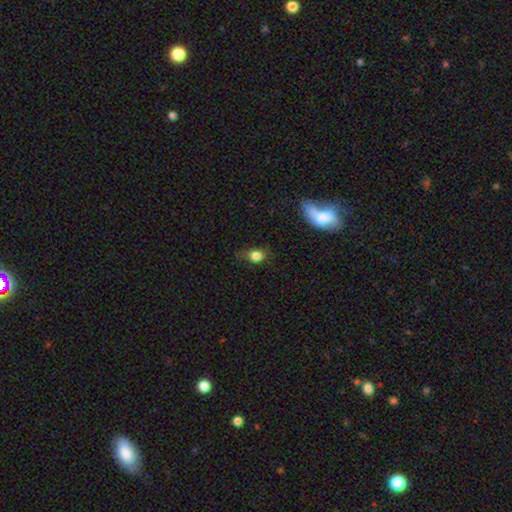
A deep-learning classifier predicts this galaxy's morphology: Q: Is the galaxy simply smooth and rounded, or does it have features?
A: smooth — 81%.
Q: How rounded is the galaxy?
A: round — 54%.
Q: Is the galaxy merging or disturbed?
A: none — 66%.